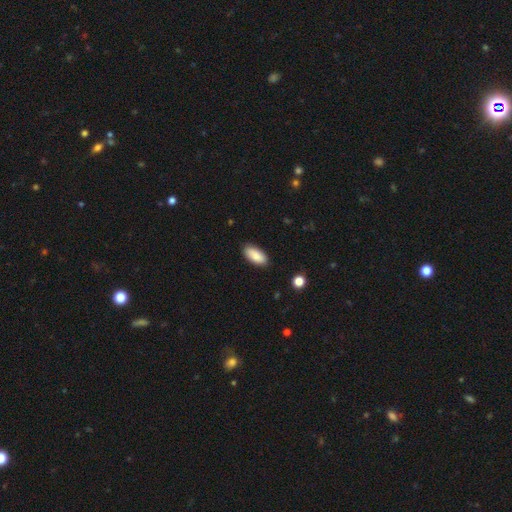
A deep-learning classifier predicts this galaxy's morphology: Smooth or featured? Predicted: smooth (p=0.88). How rounded? Predicted: in between (p=0.89). Merging? Predicted: none (p=0.87).